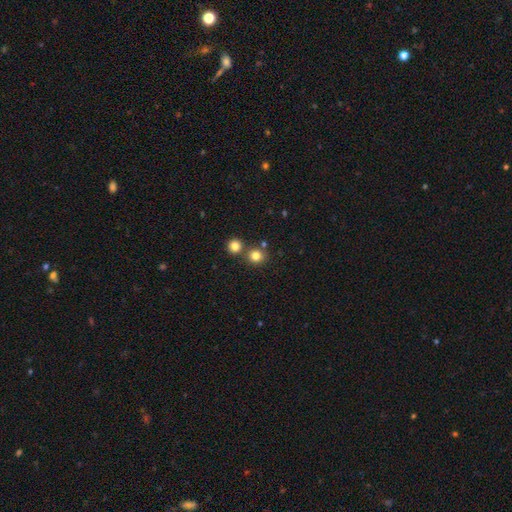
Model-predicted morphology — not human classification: smooth-or-featured: smooth: 81% | star or artifact: 13% | featured or disk: 6%
  how-rounded: round: 87% | in between: 12% | cigar-shaped: 1%
  merging: none: 70% | merger: 20% | minor disturbance: 7% | major disturbance: 2%